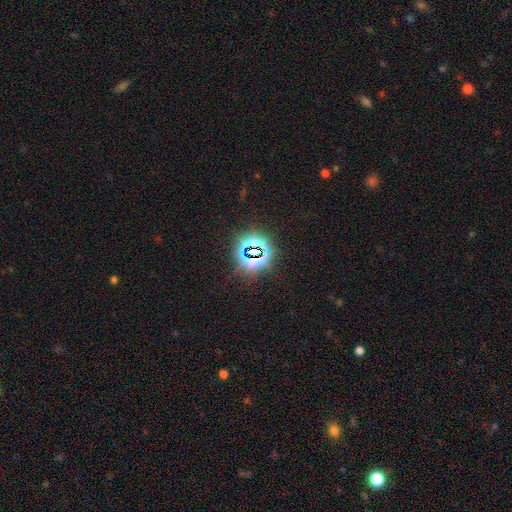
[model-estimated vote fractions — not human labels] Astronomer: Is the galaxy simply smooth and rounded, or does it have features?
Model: star or artifact — 79%.